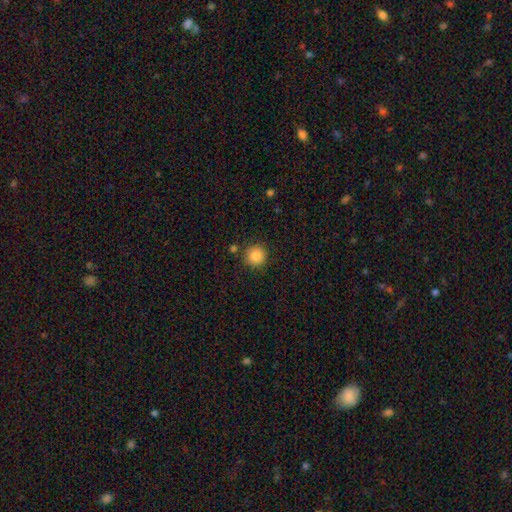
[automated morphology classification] smooth 86%, star or artifact 10%, featured or disk 4%. Down the decision tree: how rounded — round (94%); merging — none (86%).